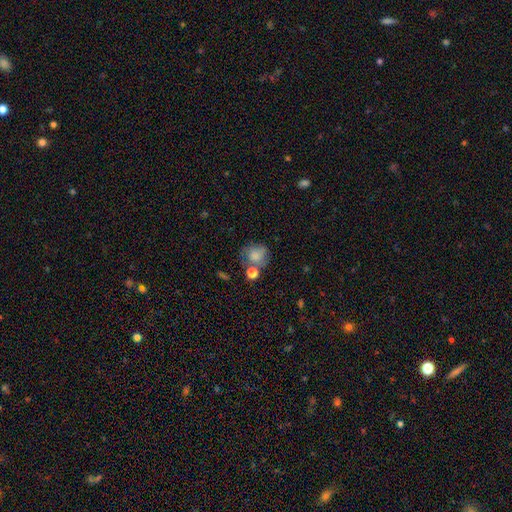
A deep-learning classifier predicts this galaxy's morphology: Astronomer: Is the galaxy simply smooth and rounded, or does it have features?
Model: smooth — 75%.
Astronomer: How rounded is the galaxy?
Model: round — 74%.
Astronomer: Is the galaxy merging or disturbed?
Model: none — 47%.